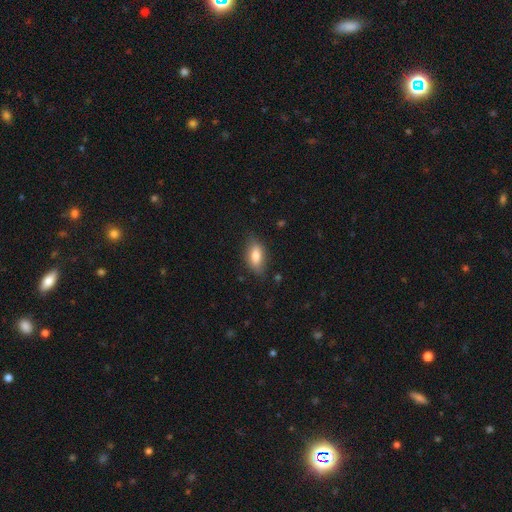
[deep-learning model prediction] smooth_or_featured: smooth (p=0.73) [alt: featured or disk p=0.20]
how_rounded: in between (p=0.82) [alt: cigar-shaped p=0.13]
merging: none (p=0.74) [alt: minor disturbance p=0.20]